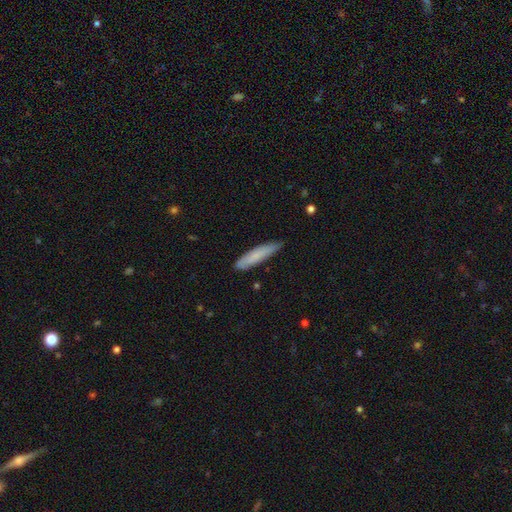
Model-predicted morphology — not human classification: Smooth or featured?
  - smooth: 75% *
  - featured or disk: 19%
  - star or artifact: 6%
How rounded?
  - cigar-shaped: 86% *
  - in between: 13%
  - round: 1%
Merging?
  - none: 79% *
  - minor disturbance: 17%
  - major disturbance: 2%
  - merger: 1%